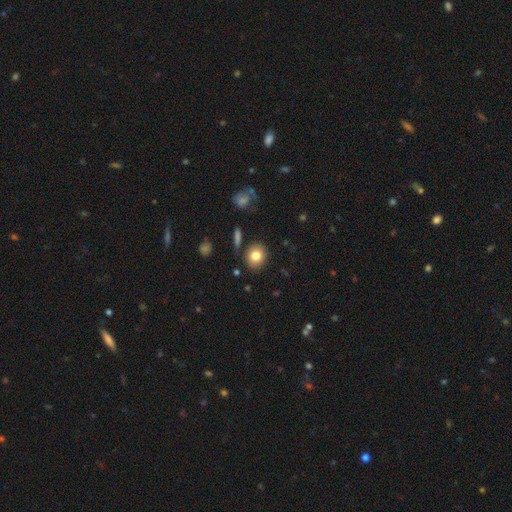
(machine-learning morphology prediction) A smooth galaxy with no disk features (80%) that is round (72%).

Vote fractions:
- Smooth or featured? smooth: 80% / featured or disk: 10% / star or artifact: 10%
- How rounded? round: 72% / in between: 27% / cigar-shaped: 1%
- Merging? none: 85% / minor disturbance: 10% / merger: 3% / major disturbance: 3%